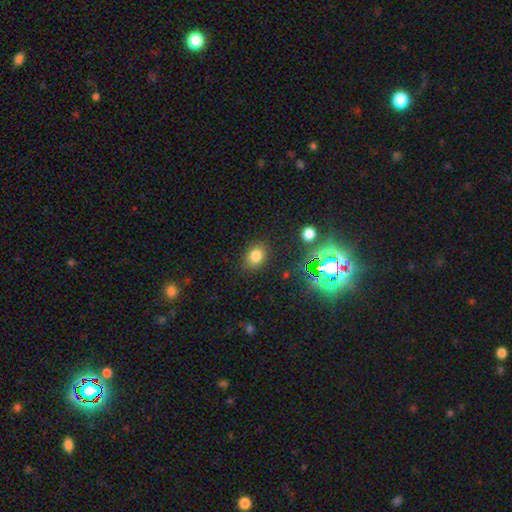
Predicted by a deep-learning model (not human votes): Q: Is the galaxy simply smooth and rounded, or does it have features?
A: smooth — 76%.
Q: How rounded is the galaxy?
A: in between — 60%.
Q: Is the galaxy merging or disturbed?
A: none — 85%.